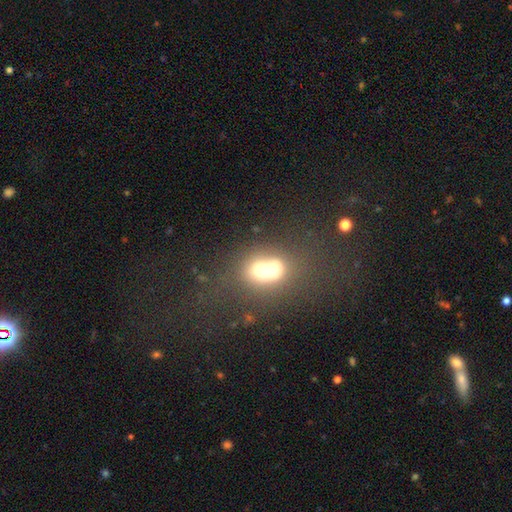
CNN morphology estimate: Smooth or featured? smooth (50%)
Merging? none (59%)